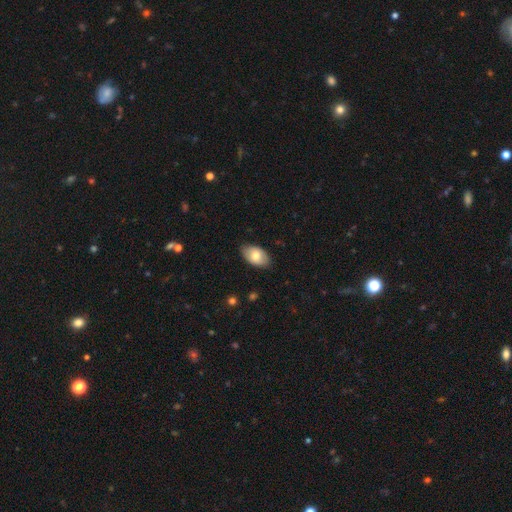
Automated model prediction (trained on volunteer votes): This appears to be a smooth galaxy with no disk features (75%) that is in between round and cigar-shaped (93%). Merging: none (83%).